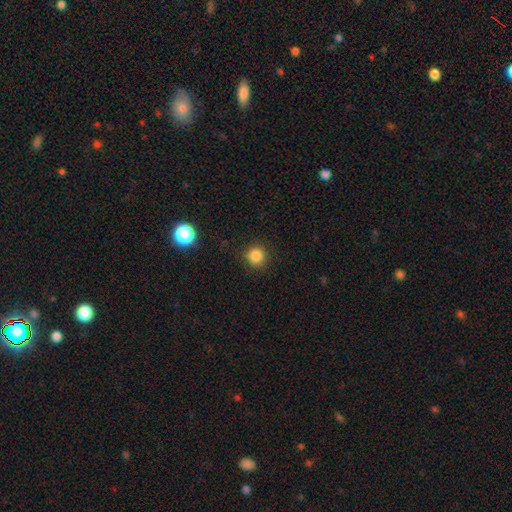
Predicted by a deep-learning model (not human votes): Overall: smooth (85%). How rounded: round (93%). Merging: none (89%).